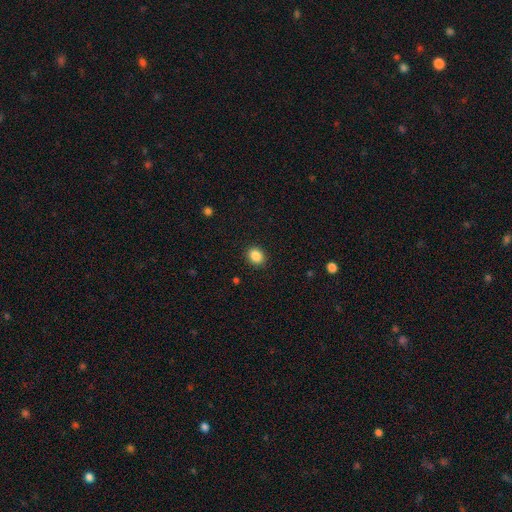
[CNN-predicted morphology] Overall: smooth (87%). How rounded: round (55%; in between 44%). Merging: none (90%).